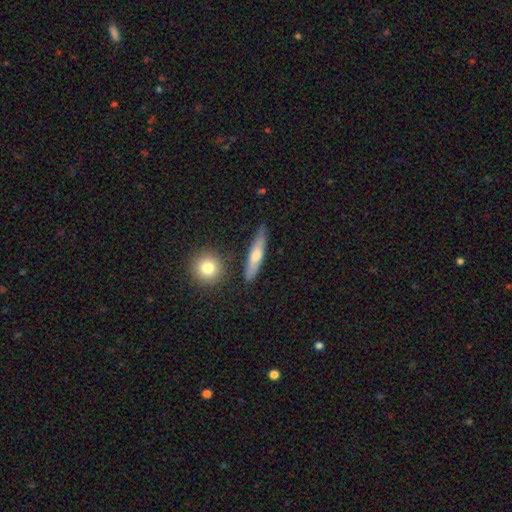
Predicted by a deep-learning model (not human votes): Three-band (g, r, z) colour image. It shows a smooth galaxy with no disk features (50%). Merging: none (83%).